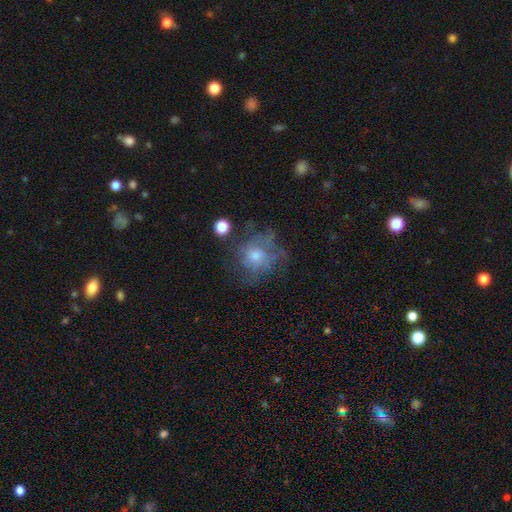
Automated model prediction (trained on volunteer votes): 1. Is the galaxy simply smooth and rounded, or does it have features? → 47% featured or disk, 38% smooth, 15% star or artifact.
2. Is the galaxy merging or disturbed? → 54% none, 22% major disturbance, 21% minor disturbance, 4% merger.